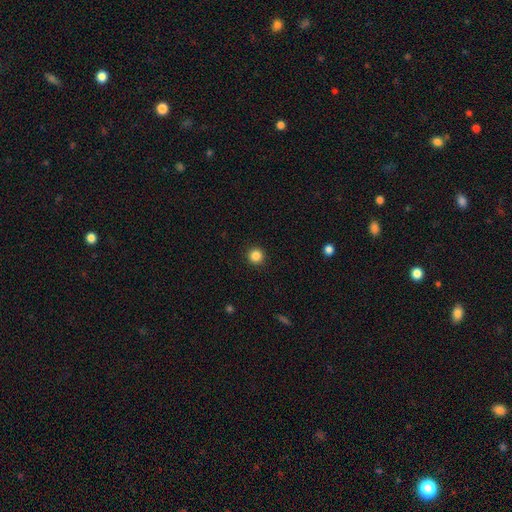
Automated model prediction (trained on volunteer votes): Smooth or featured: smooth — 85% (star or artifact — 11%)
How rounded: round — 95% (in between — 4%)
Merging: none — 93% (minor disturbance — 4%)